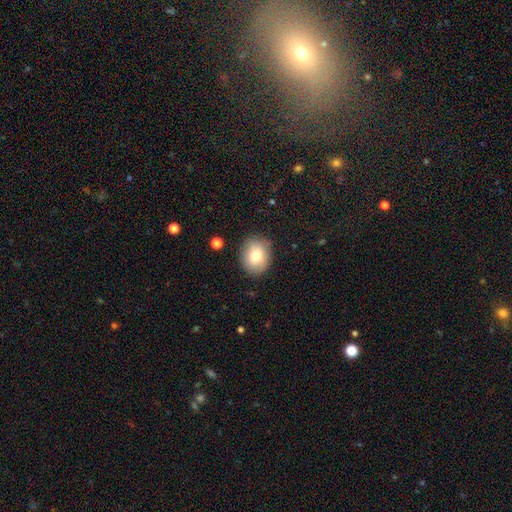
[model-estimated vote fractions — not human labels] This appears to be a smooth galaxy with no disk features (78%) that is round (57%). Merging: none (82%).